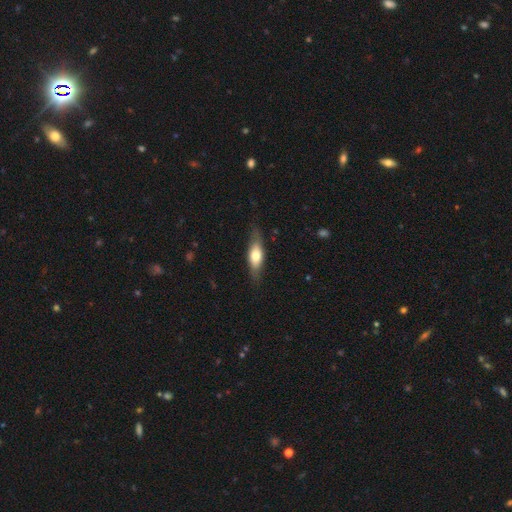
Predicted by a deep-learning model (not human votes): A smooth galaxy with no disk features (60%) that is in between round and cigar-shaped (59%). Merging: none (79%).